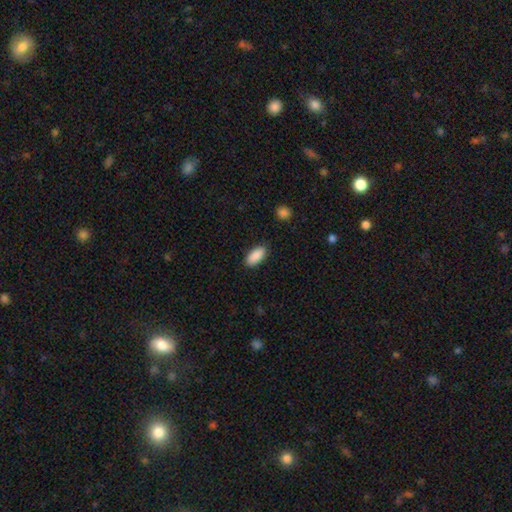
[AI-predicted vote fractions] Q: Smooth or featured?
A: smooth (90%); runner-up: star or artifact (6%)
Q: How rounded?
A: in between (89%); runner-up: cigar-shaped (9%)
Q: Merging?
A: none (88%); runner-up: minor disturbance (9%)